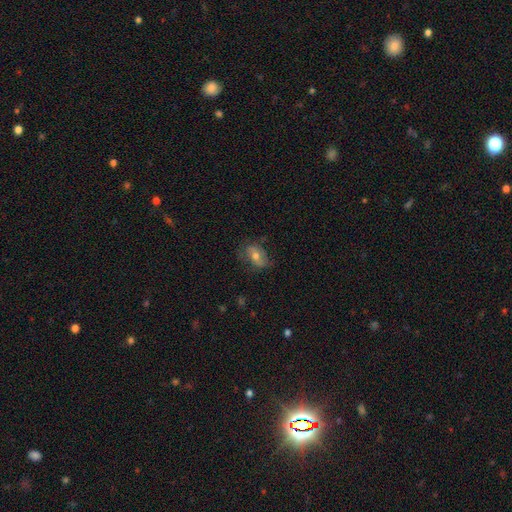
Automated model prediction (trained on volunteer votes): This is possibly a smooth galaxy (49%). Merging: likely none (62%).